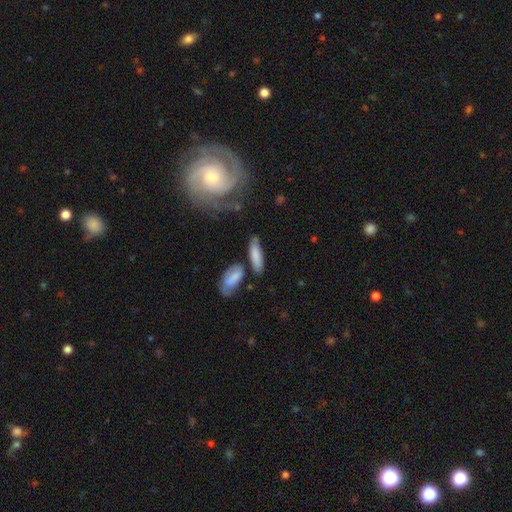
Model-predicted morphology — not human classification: Smooth or featured? Predicted: smooth (p=0.79). How rounded? Predicted: cigar-shaped (p=0.51). Merging? Predicted: none (p=0.62).